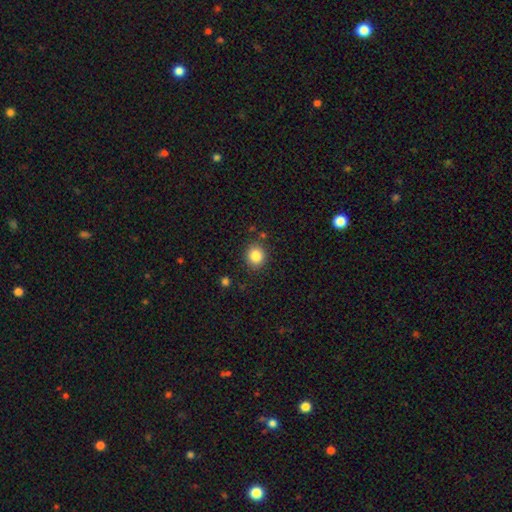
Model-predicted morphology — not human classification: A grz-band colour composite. It shows a smooth galaxy with no disk features (85%) that is round (82%). Merging: none (87%).